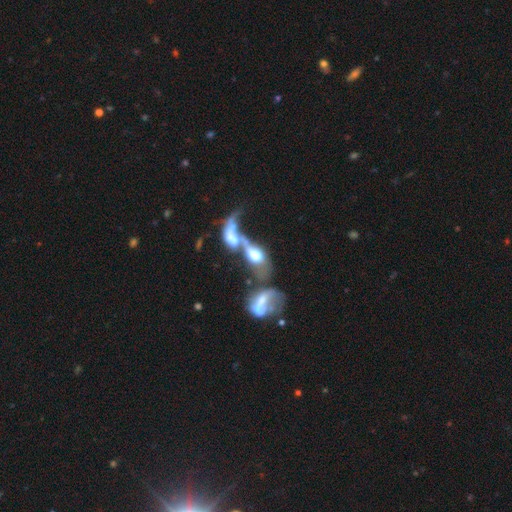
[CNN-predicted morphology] type=featured or disk (48%); merging=merger (75%).